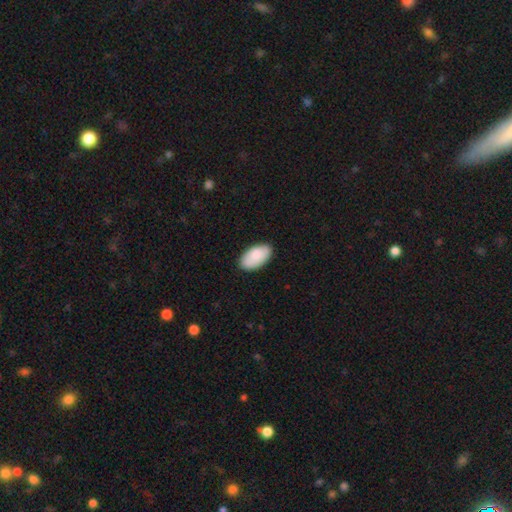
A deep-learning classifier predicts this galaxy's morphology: Smooth or featured?
  - smooth: 86% *
  - featured or disk: 9%
  - star or artifact: 6%
How rounded?
  - in between: 96% *
  - round: 3%
  - cigar-shaped: 2%
Merging?
  - none: 86% *
  - minor disturbance: 11%
  - major disturbance: 2%
  - merger: 1%